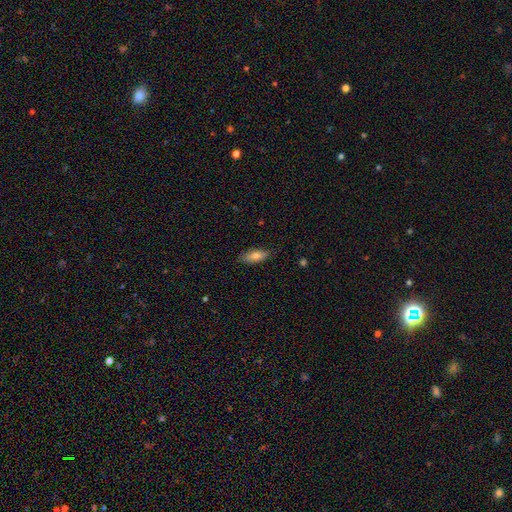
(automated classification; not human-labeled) Smooth or featured? smooth (76%)
How rounded? in between (67%)
Merging? none (81%)